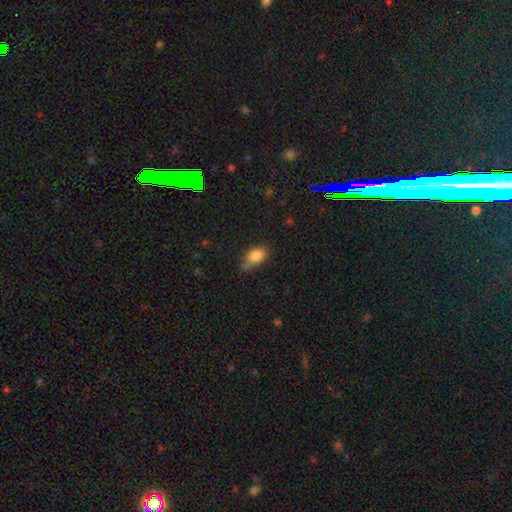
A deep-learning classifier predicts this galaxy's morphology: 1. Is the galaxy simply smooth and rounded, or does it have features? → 83% smooth, 9% star or artifact, 8% featured or disk.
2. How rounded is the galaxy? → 86% in between, 10% round, 4% cigar-shaped.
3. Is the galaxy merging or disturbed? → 44% none, 37% minor disturbance, 12% major disturbance, 8% merger.